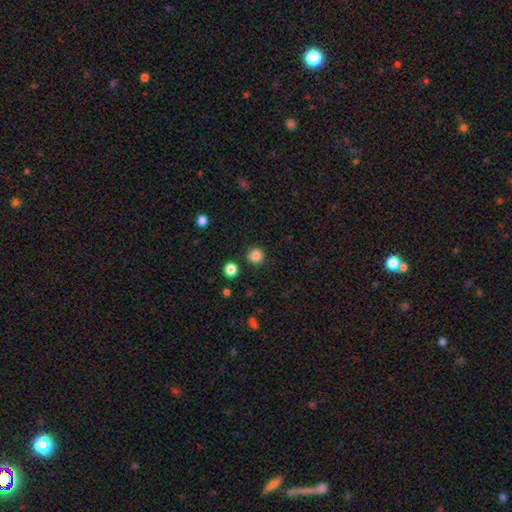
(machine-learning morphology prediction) type=smooth (85%); roundness=round (94%); merging=none (89%).